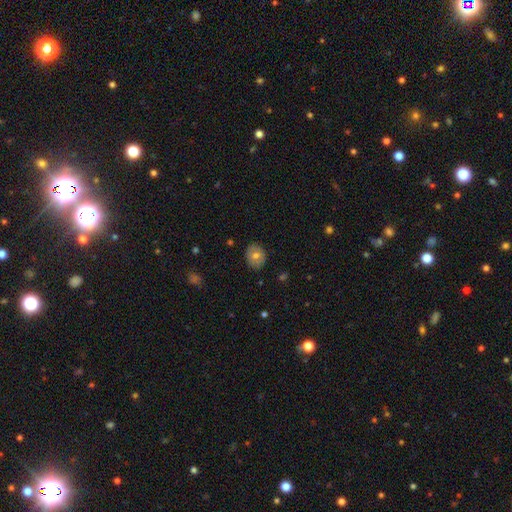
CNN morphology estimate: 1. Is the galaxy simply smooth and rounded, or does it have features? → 69% smooth, 22% featured or disk, 8% star or artifact.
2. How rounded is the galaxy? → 59% round, 40% in between, 1% cigar-shaped.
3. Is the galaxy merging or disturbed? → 85% none, 12% minor disturbance, 2% major disturbance, 1% merger.